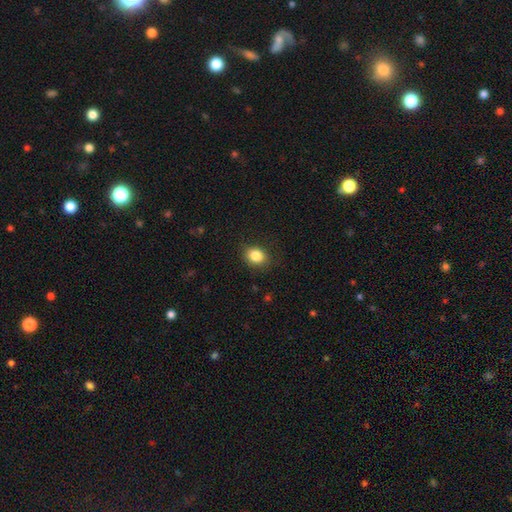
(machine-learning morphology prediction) Smooth or featured: smooth — 84% (star or artifact — 10%)
How rounded: round — 51% (in between — 48%)
Merging: none — 84% (minor disturbance — 12%)